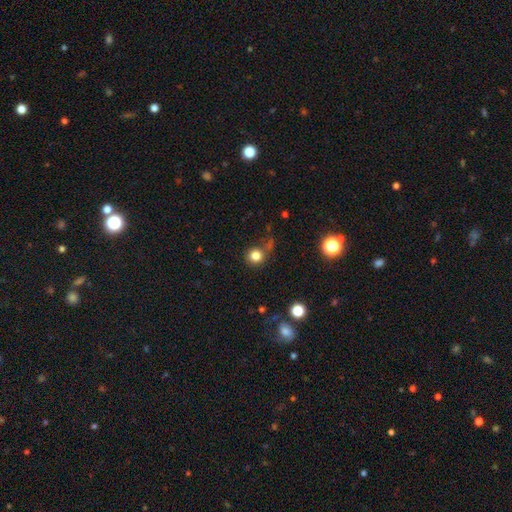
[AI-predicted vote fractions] A smooth galaxy with no disk features (80%) that is round (90%). Merging: none (72%).